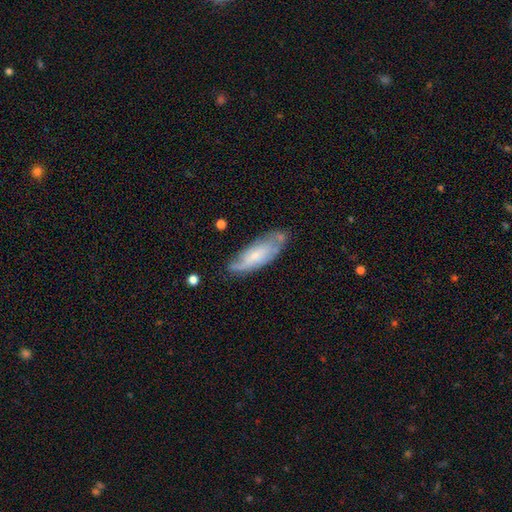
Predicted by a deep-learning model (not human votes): featured or disk 53%, smooth 41%, star or artifact 7%. Down the decision tree: edge-on disk — no (81%); merging — none (59%).